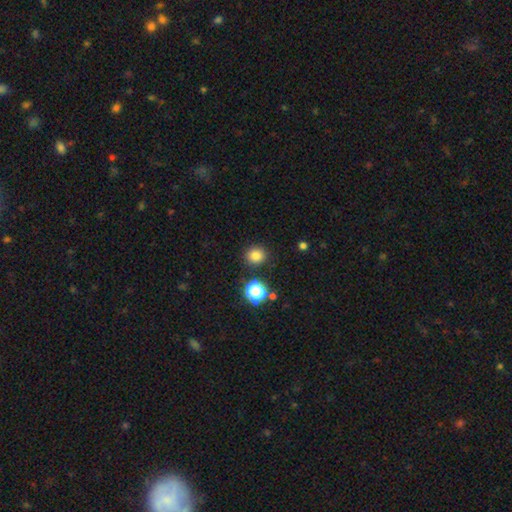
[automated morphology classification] smooth_or_featured: smooth (p=0.79) [alt: star or artifact p=0.15]
how_rounded: round (p=0.86) [alt: in between p=0.13]
merging: none (p=0.87) [alt: minor disturbance p=0.07]